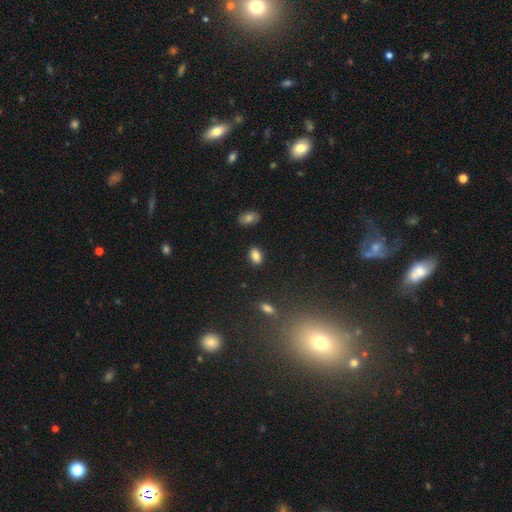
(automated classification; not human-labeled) smooth 84%, star or artifact 10%, featured or disk 6%. Down the decision tree: how rounded — in between (85%); merging — none (84%).